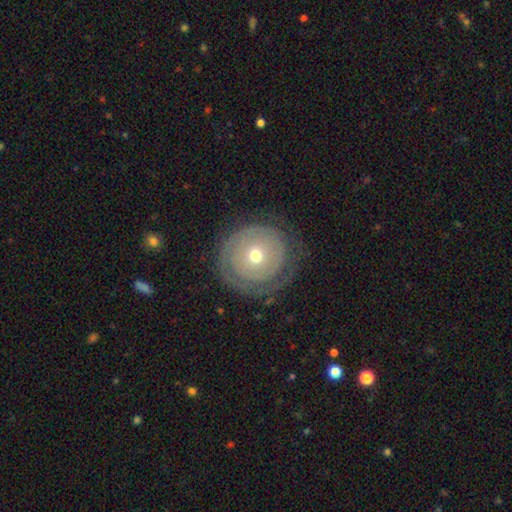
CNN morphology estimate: A featured or disk galaxy (61%) with no bar (84%), spiral arms (60%) and a small central bulge (48%). Merging: none (68%).